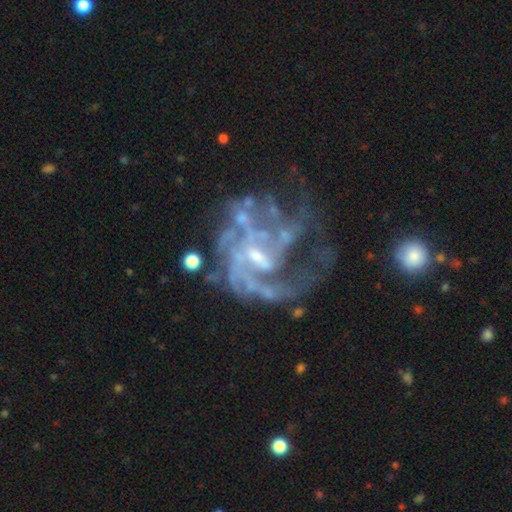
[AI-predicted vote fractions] featured or disk 85%, star or artifact 9%, smooth 6%. Down the decision tree: edge-on disk — no (98%); bar — weak (45%); spiral arms — yes (87%); spiral arm count — can't tell (36%); spiral winding — medium (44%); bulge size — small (56%); merging — none (39%).